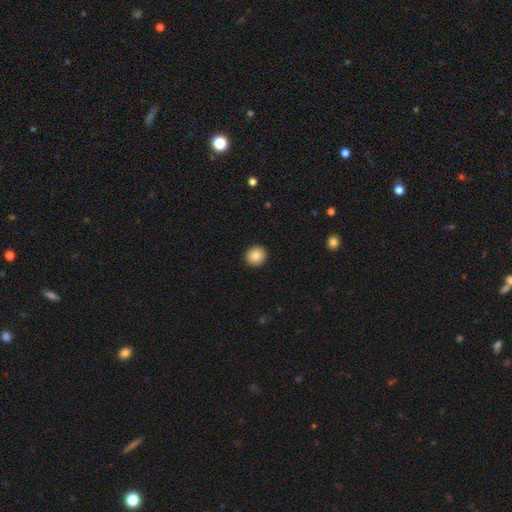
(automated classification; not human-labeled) This is clearly a smooth galaxy (85%). How rounded: clearly round (90%). Merging: clearly none (93%).